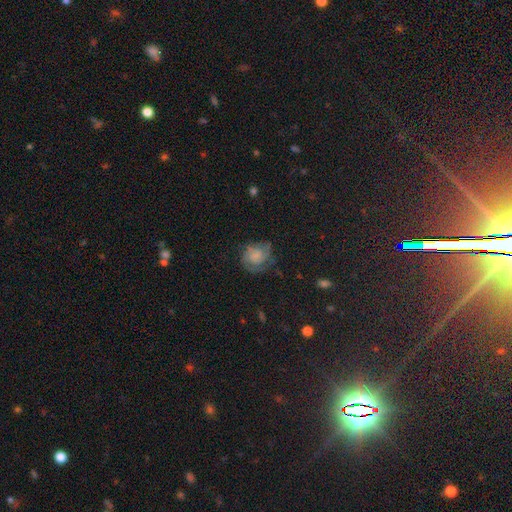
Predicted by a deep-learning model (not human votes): Smooth or featured?
  - featured or disk: 49% *
  - smooth: 41%
  - star or artifact: 10%
Merging?
  - none: 55% *
  - minor disturbance: 25%
  - major disturbance: 18%
  - merger: 2%